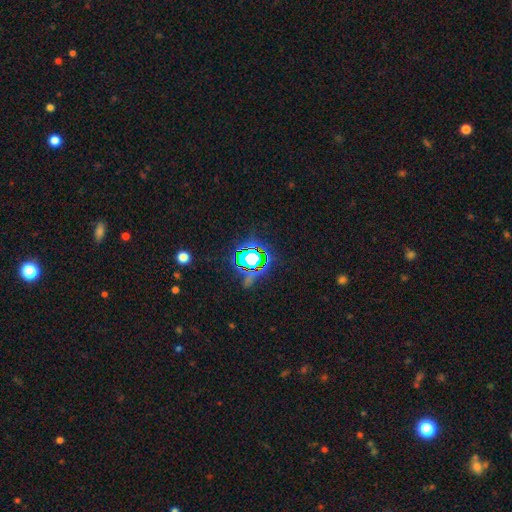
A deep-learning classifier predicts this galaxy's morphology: Overall: star or artifact (76%).